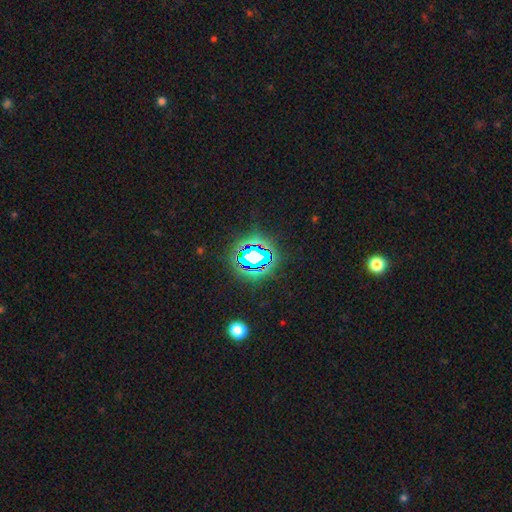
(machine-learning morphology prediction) Overall: star or artifact (71%).